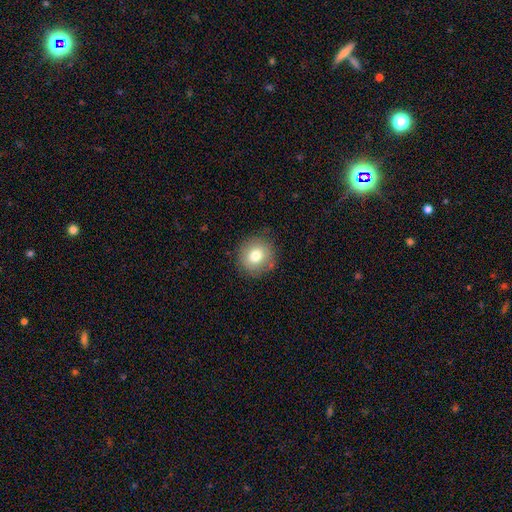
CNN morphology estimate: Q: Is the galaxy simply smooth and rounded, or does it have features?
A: smooth — 78%.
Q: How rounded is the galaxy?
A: round — 89%.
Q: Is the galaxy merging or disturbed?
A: none — 85%.